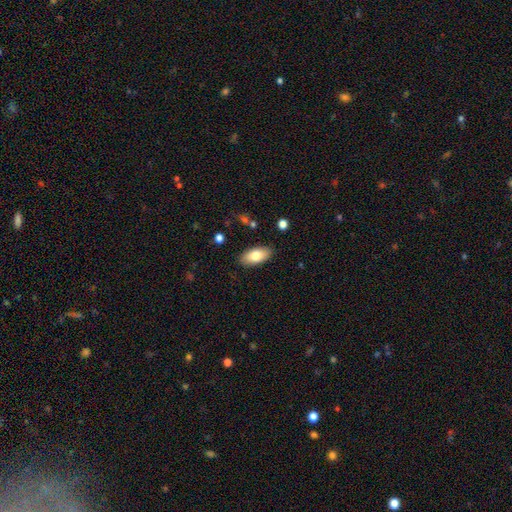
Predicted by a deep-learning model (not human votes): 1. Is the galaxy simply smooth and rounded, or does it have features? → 78% smooth, 16% featured or disk, 7% star or artifact.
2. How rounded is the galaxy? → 92% in between, 6% cigar-shaped, 3% round.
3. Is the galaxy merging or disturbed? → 87% none, 9% minor disturbance, 2% major disturbance, 1% merger.